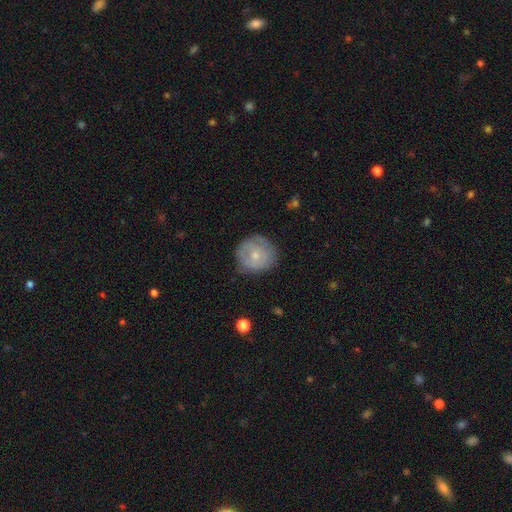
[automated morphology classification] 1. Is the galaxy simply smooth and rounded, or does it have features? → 53% smooth, 40% featured or disk, 7% star or artifact.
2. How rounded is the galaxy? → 88% round, 11% in between, 1% cigar-shaped.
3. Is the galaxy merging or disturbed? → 72% none, 21% minor disturbance, 6% major disturbance, 1% merger.